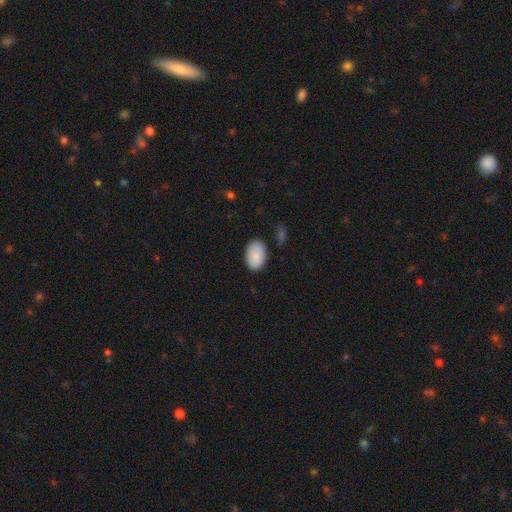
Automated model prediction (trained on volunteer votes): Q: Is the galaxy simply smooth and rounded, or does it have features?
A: smooth — 88%.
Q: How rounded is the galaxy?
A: in between — 91%.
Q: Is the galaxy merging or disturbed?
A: none — 84%.